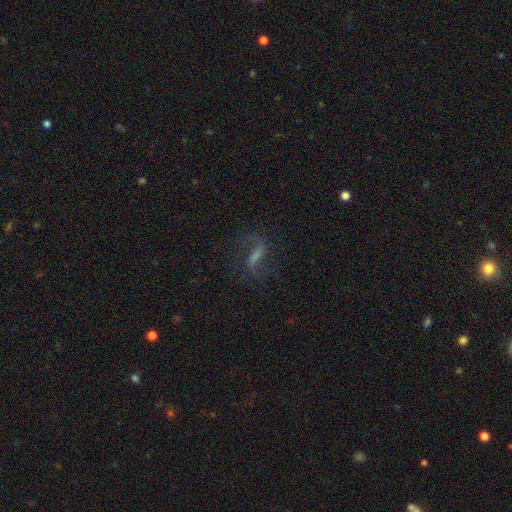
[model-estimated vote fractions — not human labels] Overall: featured or disk (73%). Edge-on disk: no (91%). Bar: strong (54%; weak 33%). Spiral arms: yes (92%). Spiral arm count: 2 (90%). Spiral winding: loose (68%). Bulge size: none (45%; small 29%). Merging: none (74%).